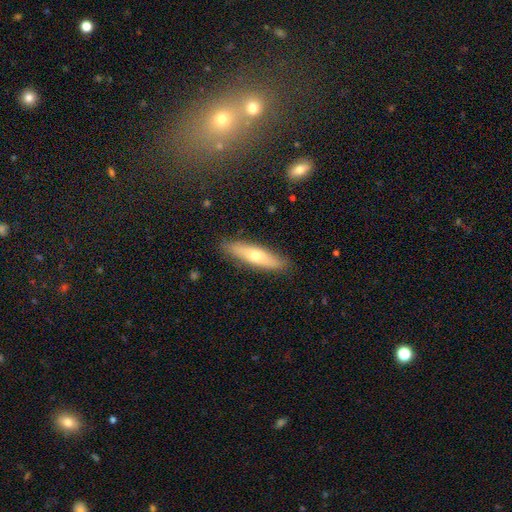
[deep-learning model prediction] Overall: smooth (55%; featured or disk 39%). How rounded: cigar-shaped (71%). Merging: none (87%).